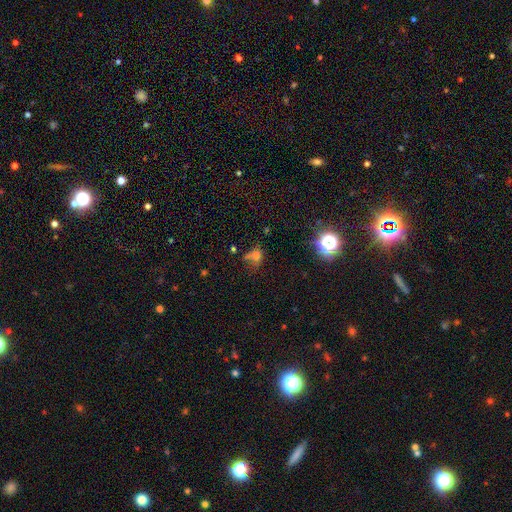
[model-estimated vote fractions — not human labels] smooth-or-featured: smooth: 55% | star or artifact: 28% | featured or disk: 18%
  how-rounded: in between: 54% | round: 43% | cigar-shaped: 3%
  merging: none: 36% | major disturbance: 25% | minor disturbance: 21% | merger: 18%